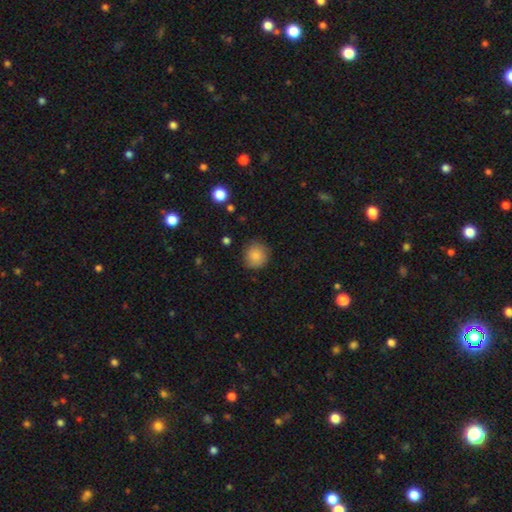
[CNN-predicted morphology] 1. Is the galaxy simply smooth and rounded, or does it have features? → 85% smooth, 9% star or artifact, 6% featured or disk.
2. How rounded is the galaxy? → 91% round, 8% in between, 1% cigar-shaped.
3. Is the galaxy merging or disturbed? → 85% none, 11% minor disturbance, 3% major disturbance, 1% merger.